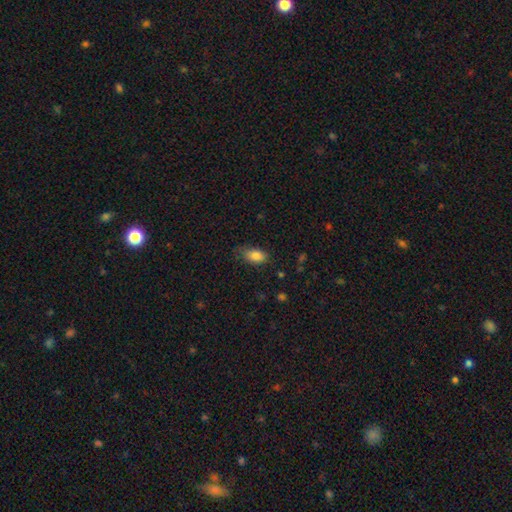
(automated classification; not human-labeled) Overall: smooth (85%). How rounded: in between (90%). Merging: none (63%; minor disturbance 29%).